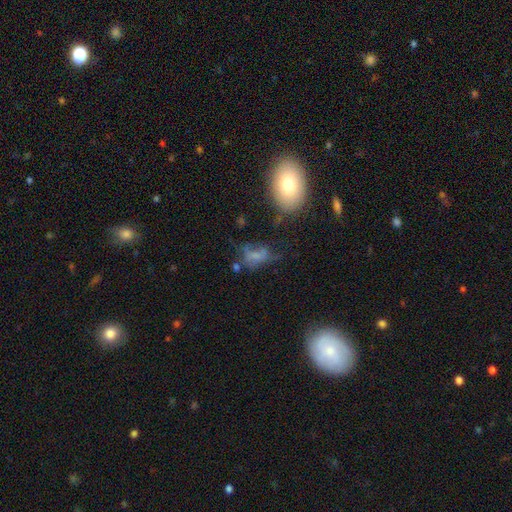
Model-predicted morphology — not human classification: This appears to be a smooth galaxy with no disk features (52%) that is in between round and cigar-shaped (75%). Merging: none (35%).